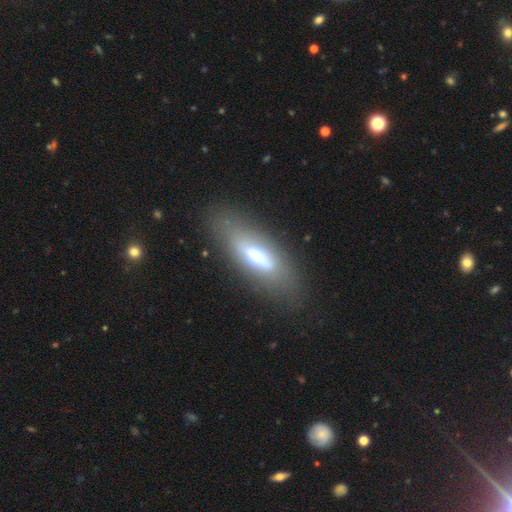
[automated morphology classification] Smooth or featured: smooth — 48% (featured or disk — 41%)
Merging: none — 77% (minor disturbance — 13%)